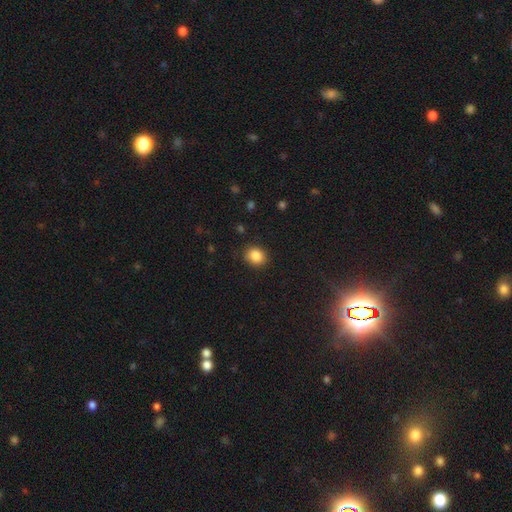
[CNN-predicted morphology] Overall: smooth (87%). How rounded: round (67%; in between 33%). Merging: none (85%).